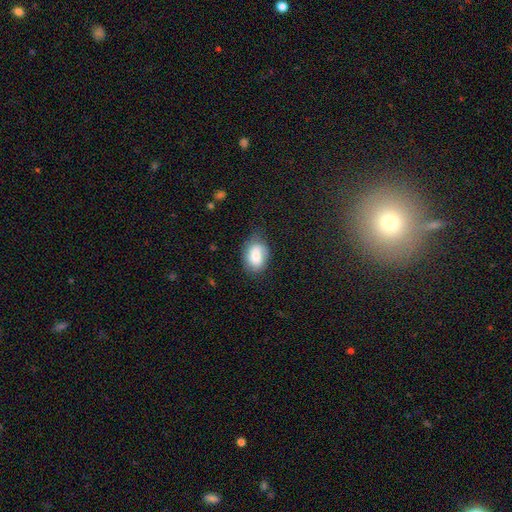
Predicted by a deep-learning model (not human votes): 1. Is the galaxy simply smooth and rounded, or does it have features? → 75% smooth, 17% featured or disk, 8% star or artifact.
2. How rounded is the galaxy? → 79% in between, 20% round, 1% cigar-shaped.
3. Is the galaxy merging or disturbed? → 61% none, 29% minor disturbance, 9% major disturbance, 2% merger.